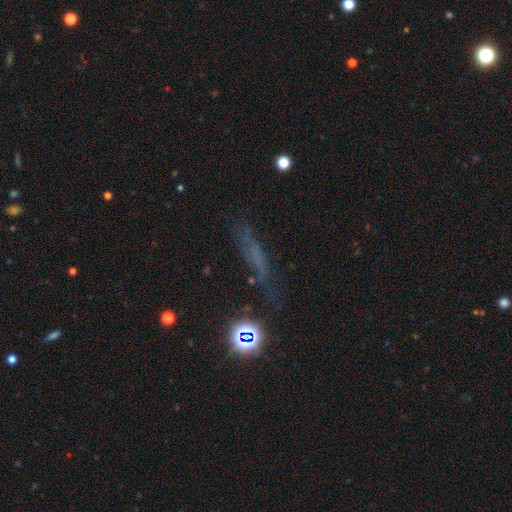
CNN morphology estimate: The model was most divided on "smooth or featured": smooth: 38%, featured or disk: 32%, star or artifact: 30%. More confident: merging — none (64%).